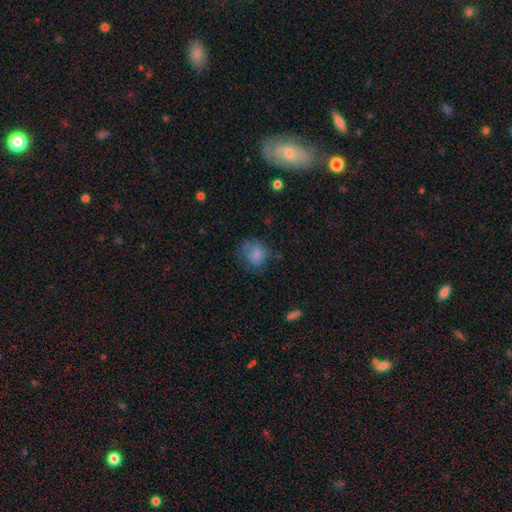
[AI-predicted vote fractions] smooth_or_featured: smooth (p=0.72) [alt: featured or disk p=0.18]
how_rounded: round (p=0.71) [alt: in between p=0.28]
merging: none (p=0.52) [alt: minor disturbance p=0.27]